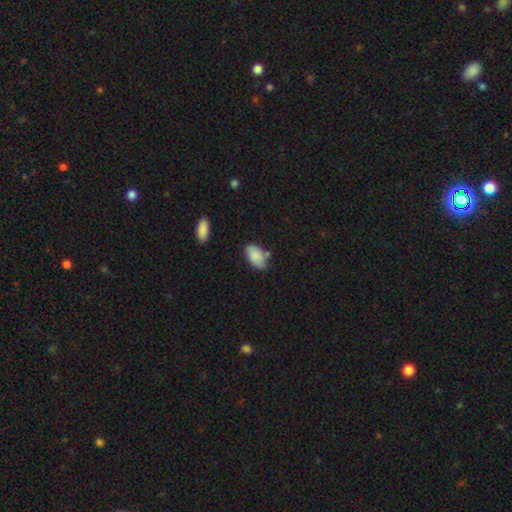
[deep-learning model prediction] Smooth or featured? smooth (82%)
How rounded? in between (94%)
Merging? none (64%)